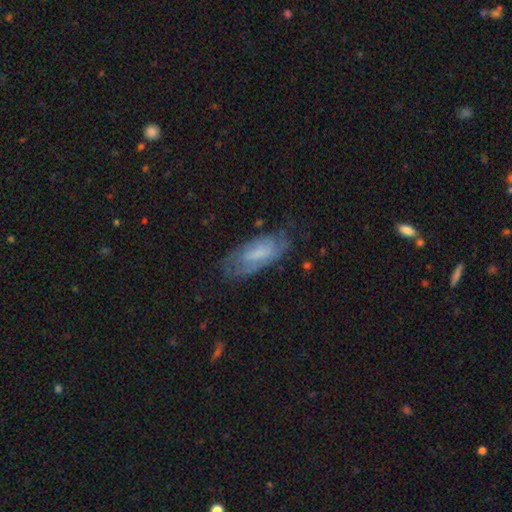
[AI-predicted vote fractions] Morphology: type=featured or disk (52%); edge-on=no (85%); merging=none (60%).